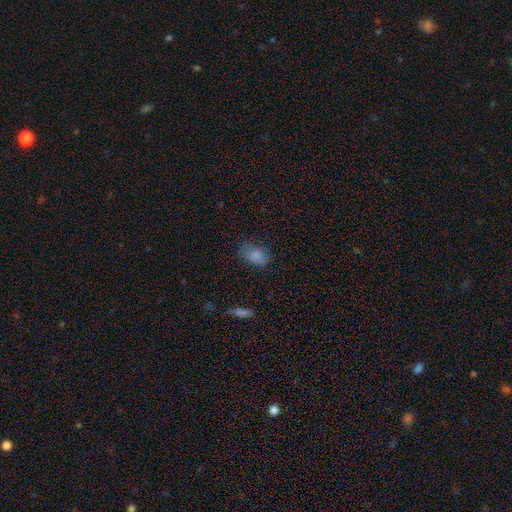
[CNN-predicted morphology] A smooth galaxy with no disk features (81%) that is in between round and cigar-shaped (82%). Merging: none (63%).